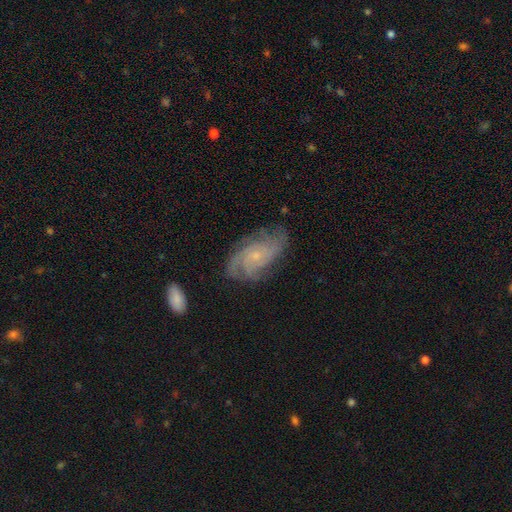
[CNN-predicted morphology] smooth-or-featured: featured or disk: 83% | smooth: 10% | star or artifact: 7%
  disk-edge-on: no: 96% | yes: 4%
    bar: no: 74% | weak: 22% | strong: 4%
    has-spiral-arms: yes: 96% | no: 4%
      spiral-winding: tight: 52% | medium: 38% | loose: 10%
      spiral-arm-count: can't tell: 25% | 3: 24% | 4: 21% | 2: 16% | more than 4: 7% | 1: 7%
    bulge-size: small: 79% | moderate: 14% | none: 4% | large: 1% | dominant: 1%
  merging: none: 74% | minor disturbance: 18% | major disturbance: 7% | merger: 2%